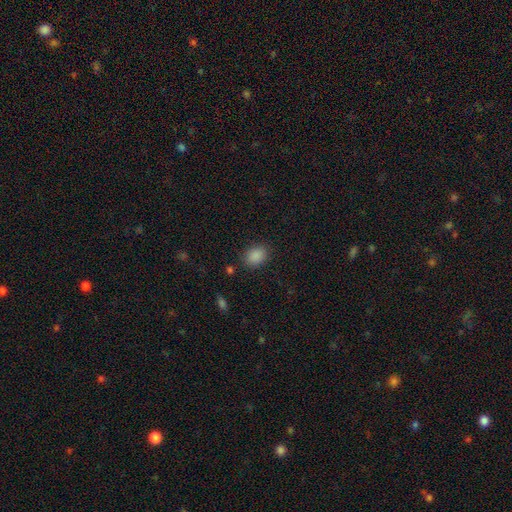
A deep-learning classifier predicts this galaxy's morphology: Smooth or featured? Predicted: smooth (p=0.87). How rounded? Predicted: in between (p=0.62). Merging? Predicted: none (p=0.84).